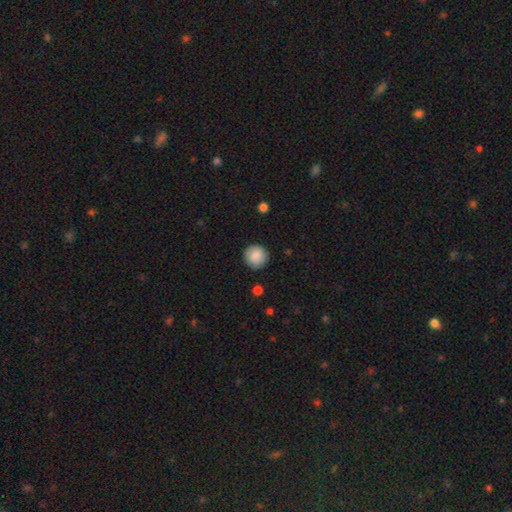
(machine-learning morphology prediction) This appears to be a smooth galaxy with no disk features (86%) that is round (93%). Merging: none (88%).